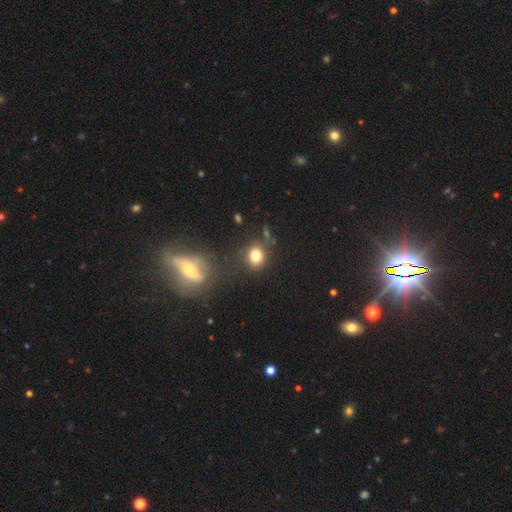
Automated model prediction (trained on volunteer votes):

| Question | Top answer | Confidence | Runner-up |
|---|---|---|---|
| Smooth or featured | smooth | 81% | star or artifact (12%) |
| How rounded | round | 68% | in between (30%) |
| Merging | none | 76% | minor disturbance (12%) |